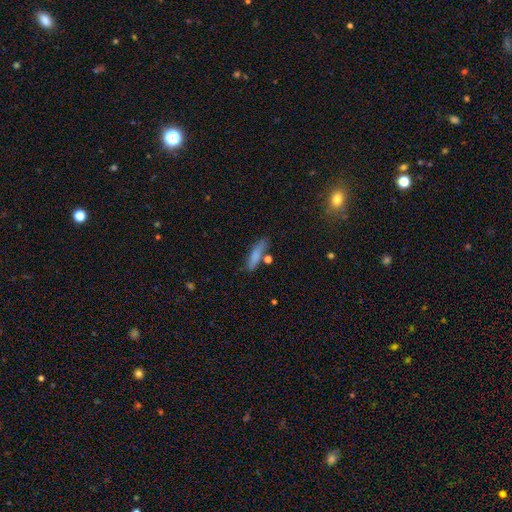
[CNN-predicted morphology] smooth_or_featured: smooth (p=0.78) [alt: featured or disk p=0.14]
how_rounded: cigar-shaped (p=0.71) [alt: in between p=0.26]
merging: none (p=0.71) [alt: minor disturbance p=0.16]